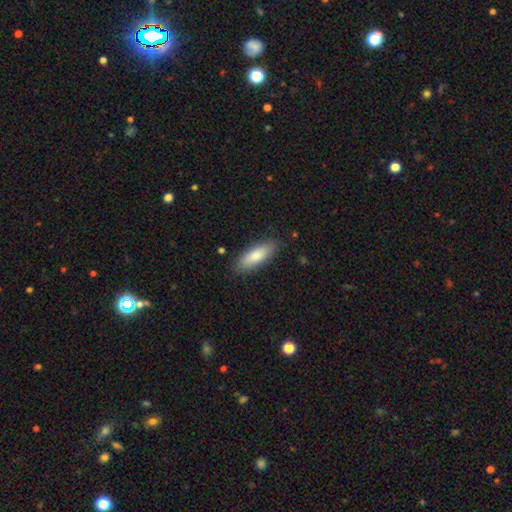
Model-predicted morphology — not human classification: The model was most divided on "how rounded": in between: 63%, cigar-shaped: 35%, round: 2%. More confident: merging — none (85%); smooth or featured — smooth (83%).